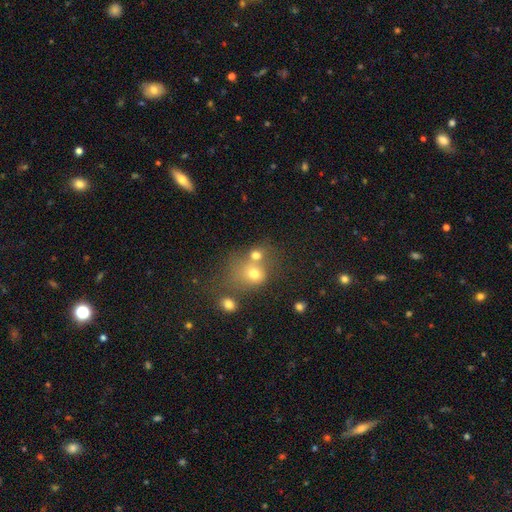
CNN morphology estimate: This is likely a smooth galaxy (68%). How rounded: likely round (73%). Merging: possibly merger (46%).